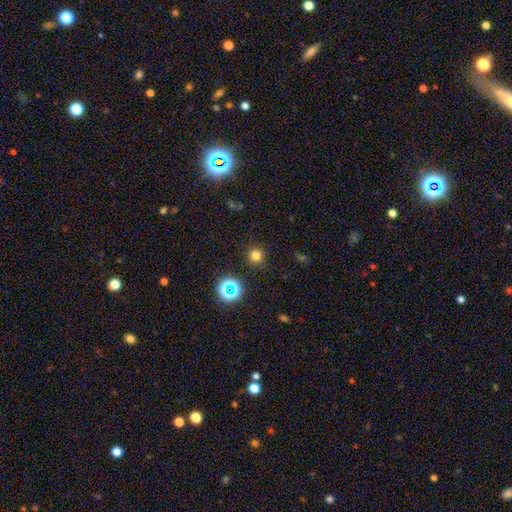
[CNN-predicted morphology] A smooth galaxy with no disk features (75%) that is round (95%).

Vote fractions:
- Smooth or featured? smooth: 75% / star or artifact: 19% / featured or disk: 6%
- How rounded? round: 95% / in between: 4% / cigar-shaped: 1%
- Merging? none: 90% / minor disturbance: 6% / major disturbance: 2% / merger: 1%